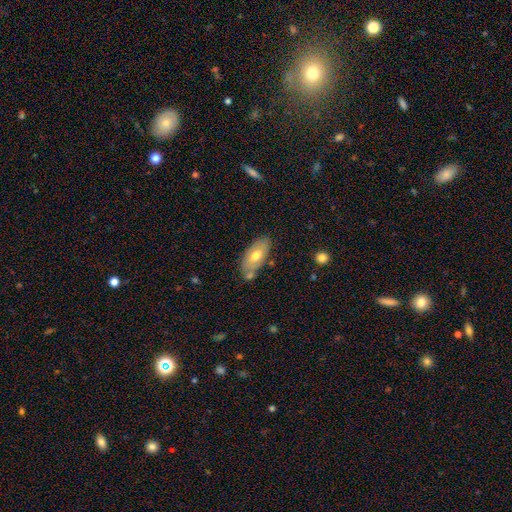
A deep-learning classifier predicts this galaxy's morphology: Overall: smooth (61%; featured or disk 33%). How rounded: in between (89%). Merging: none (68%).